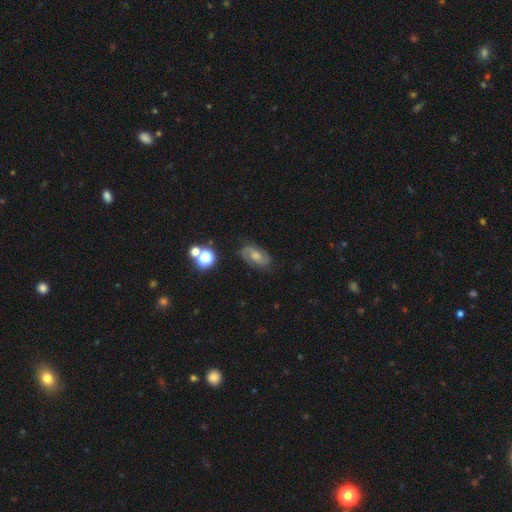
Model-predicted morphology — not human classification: Smooth or featured? Predicted: featured or disk (p=0.73). Edge-on disk? Predicted: no (p=0.96). Bar? Predicted: no (p=0.49). Spiral arms? Predicted: yes (p=0.94). Spiral winding? Predicted: medium (p=0.49). Spiral arm count? Predicted: 2 (p=0.87). Bulge size? Predicted: moderate (p=0.53). Merging? Predicted: none (p=0.80).